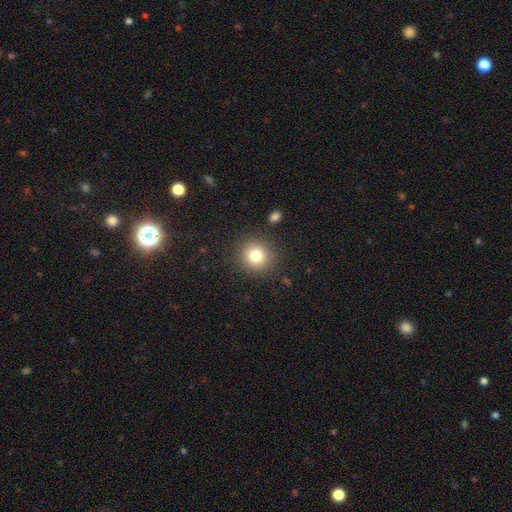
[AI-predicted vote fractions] A smooth galaxy with no disk features (79%) that is round (89%).

Vote fractions:
- Smooth or featured? smooth: 79% / star or artifact: 12% / featured or disk: 9%
- How rounded? round: 89% / in between: 10% / cigar-shaped: 1%
- Merging? none: 88% / minor disturbance: 7% / major disturbance: 3% / merger: 2%